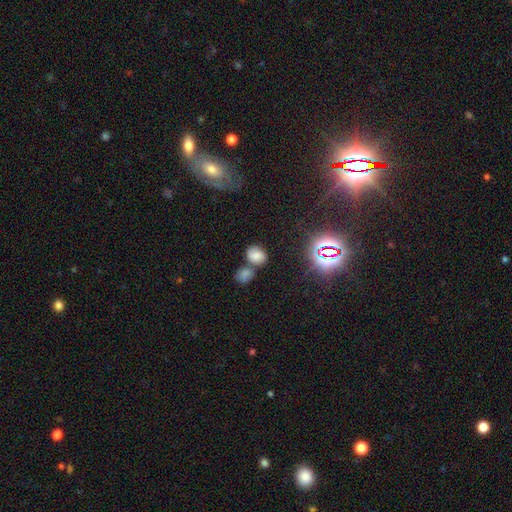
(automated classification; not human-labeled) Smooth or featured: smooth — 69% (star or artifact — 19%)
How rounded: in between — 60% (round — 39%)
Merging: none — 53% (merger — 29%)